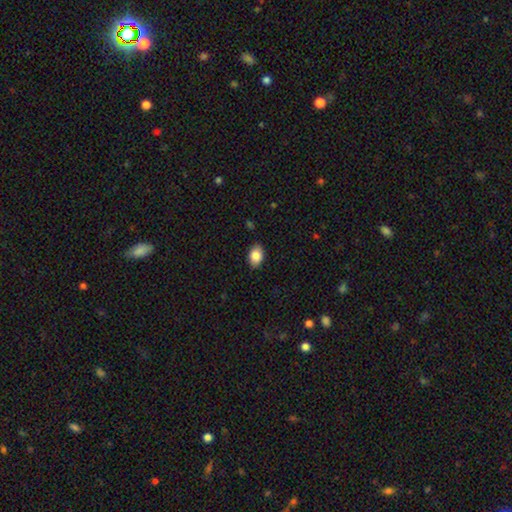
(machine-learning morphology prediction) smooth-or-featured: smooth: 86% | star or artifact: 7% | featured or disk: 6%
  how-rounded: in between: 86% | round: 13% | cigar-shaped: 1%
  merging: none: 86% | minor disturbance: 11% | major disturbance: 2% | merger: 1%